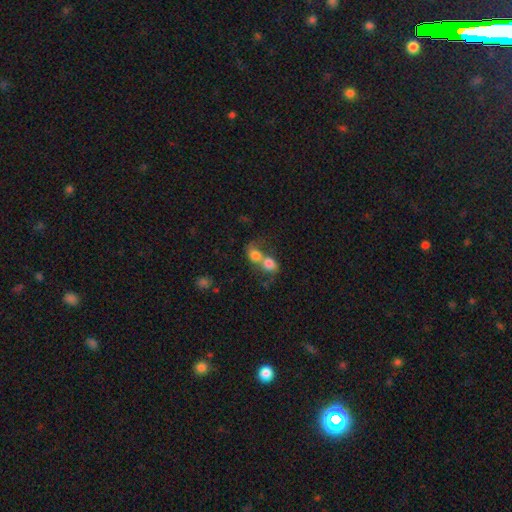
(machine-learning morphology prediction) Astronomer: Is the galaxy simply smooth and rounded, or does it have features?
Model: smooth — 74%.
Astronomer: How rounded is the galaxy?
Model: round — 53% (runner-up: in between, 45%).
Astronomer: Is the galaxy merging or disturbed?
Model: merger — 80%.